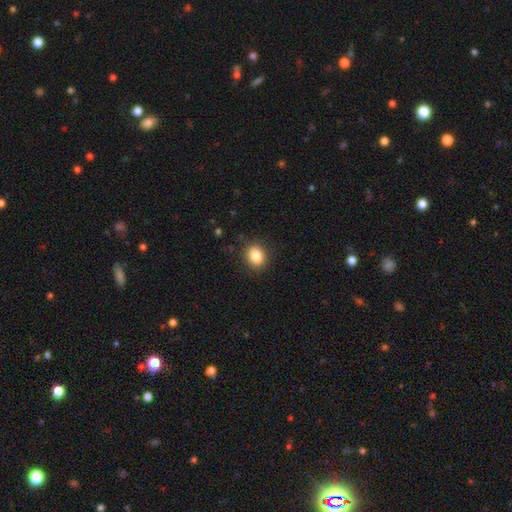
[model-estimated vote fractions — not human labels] This is clearly a smooth galaxy (85%). How rounded: possibly round (55%). Merging: clearly none (87%).